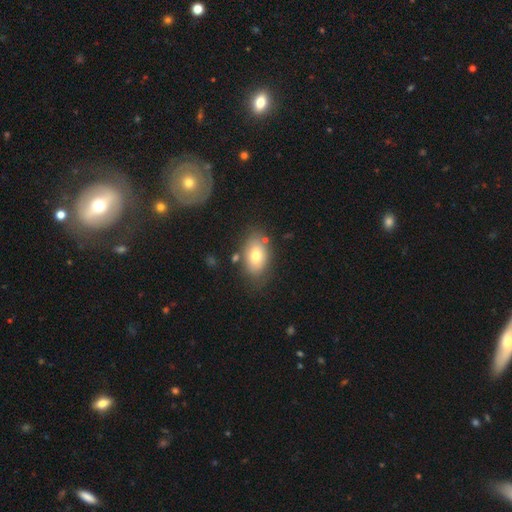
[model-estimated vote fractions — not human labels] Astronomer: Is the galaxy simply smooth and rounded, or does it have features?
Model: smooth — 71%.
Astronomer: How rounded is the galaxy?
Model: in between — 89%.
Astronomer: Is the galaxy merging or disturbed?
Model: none — 73%.